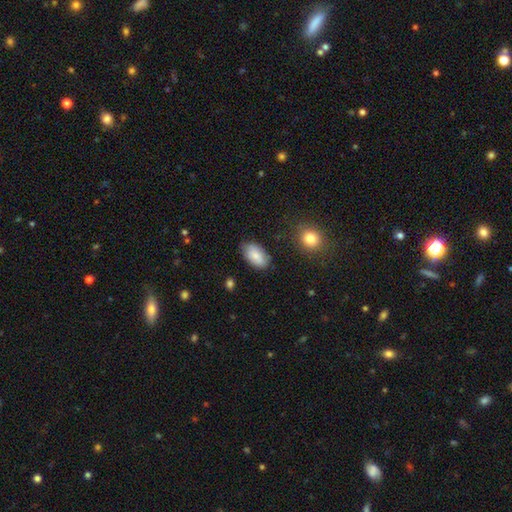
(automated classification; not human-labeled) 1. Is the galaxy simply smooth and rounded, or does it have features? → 84% smooth, 9% featured or disk, 7% star or artifact.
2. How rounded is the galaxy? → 94% in between, 4% round, 2% cigar-shaped.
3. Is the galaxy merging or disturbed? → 77% none, 17% minor disturbance, 3% major disturbance, 2% merger.